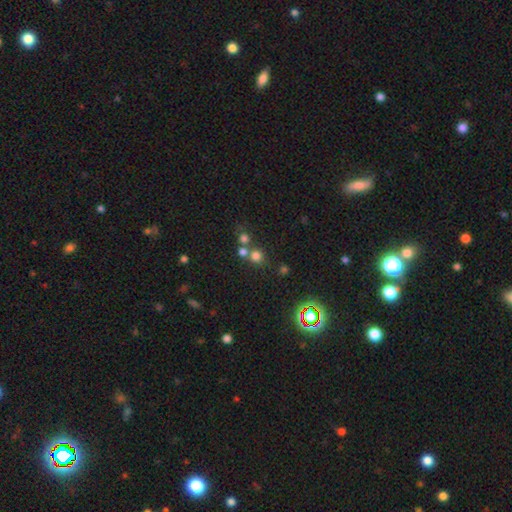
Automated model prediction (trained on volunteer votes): smooth-or-featured: smooth: 68% | star or artifact: 24% | featured or disk: 8%
  how-rounded: round: 89% | in between: 10% | cigar-shaped: 1%
  merging: none: 58% | merger: 32% | minor disturbance: 7% | major disturbance: 3%